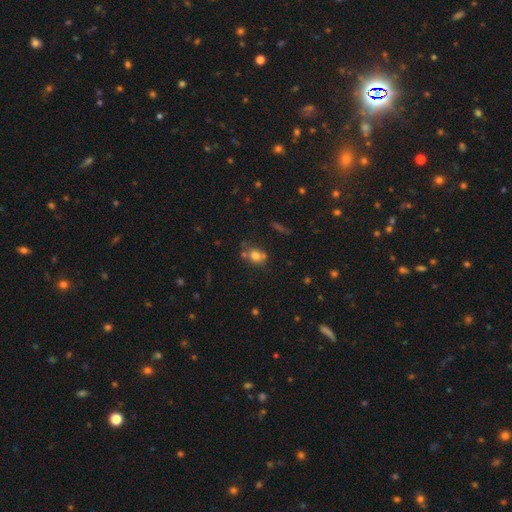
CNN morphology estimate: A smooth galaxy with no disk features (73%) that is round (62%).

Vote fractions:
- Smooth or featured? smooth: 73% / star or artifact: 14% / featured or disk: 13%
- How rounded? round: 62% / in between: 37% / cigar-shaped: 2%
- Merging? none: 54% / merger: 23% / minor disturbance: 17% / major disturbance: 6%